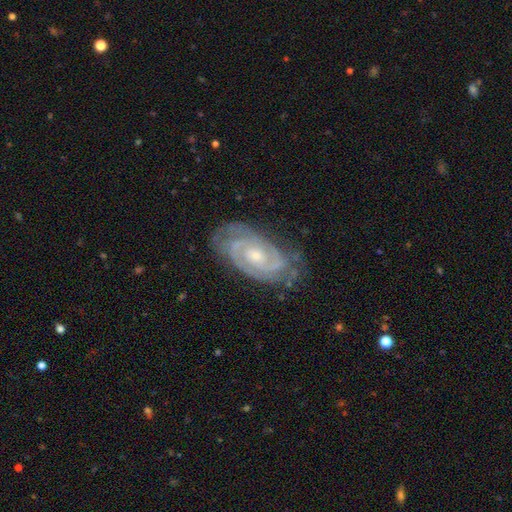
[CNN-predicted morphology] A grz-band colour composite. It shows a featured or disk galaxy (90%) with no bar (62%), 2 (74%) tight (74%) spiral arms (98%) and a small central bulge (58%). Merging: none (76%).